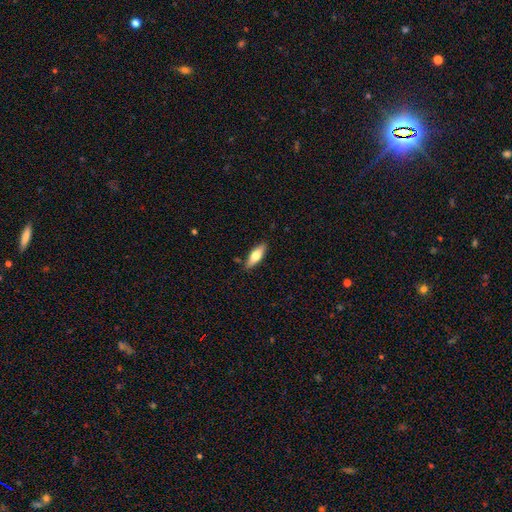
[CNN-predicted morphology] smooth-or-featured: smooth: 63% | featured or disk: 31% | star or artifact: 6%
  how-rounded: in between: 56% | cigar-shaped: 41% | round: 2%
  merging: none: 86% | minor disturbance: 10% | major disturbance: 2% | merger: 2%